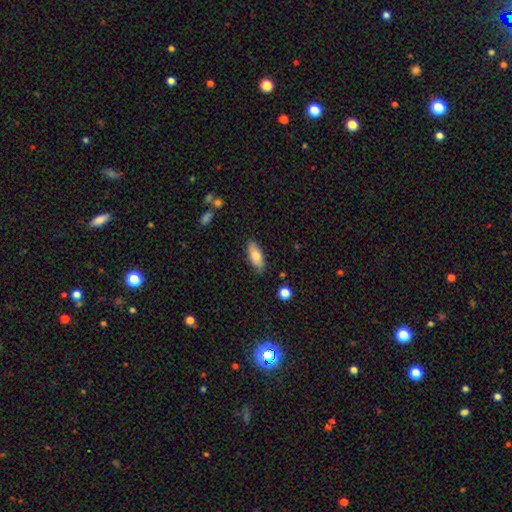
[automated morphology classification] This appears to be a smooth galaxy with no disk features (77%) that is in between round and cigar-shaped (80%). Merging: none (82%).